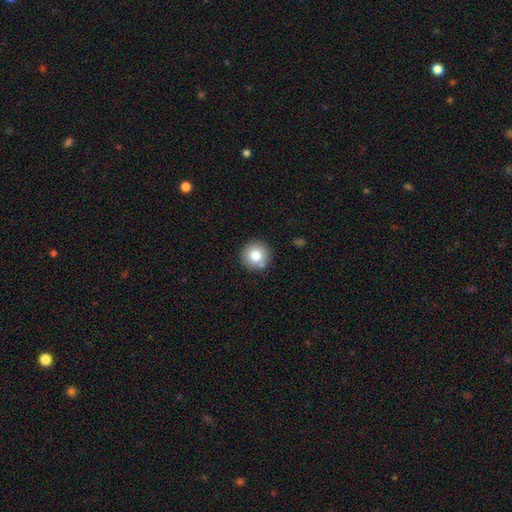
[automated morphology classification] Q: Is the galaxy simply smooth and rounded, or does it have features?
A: smooth — 78%.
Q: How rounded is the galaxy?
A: round — 95%.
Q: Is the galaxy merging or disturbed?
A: none — 83%.